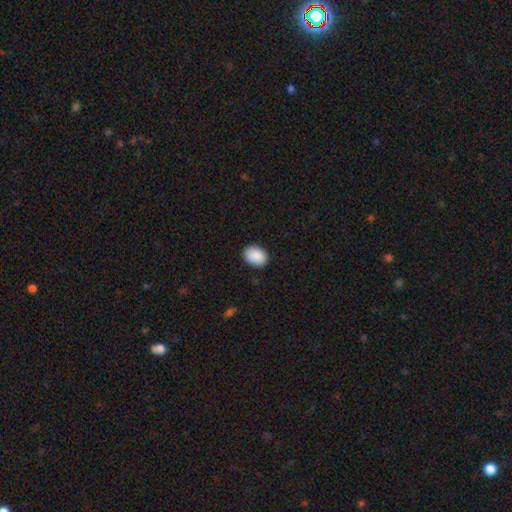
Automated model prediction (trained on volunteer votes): smooth 91%, star or artifact 7%, featured or disk 3%. Down the decision tree: how rounded — in between (71%); merging — none (89%).